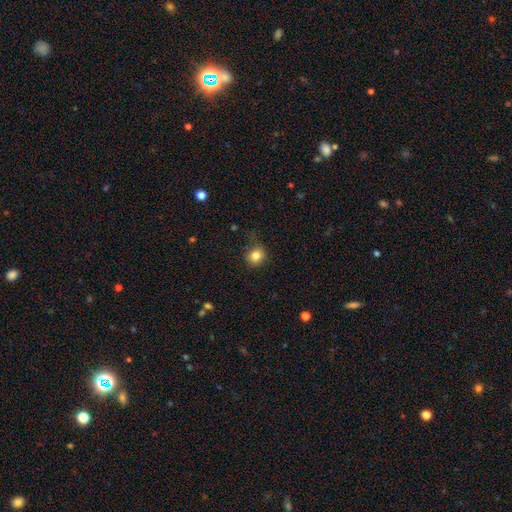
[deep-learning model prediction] smooth-or-featured: smooth: 82% | star or artifact: 12% | featured or disk: 6%
  how-rounded: round: 81% | in between: 18% | cigar-shaped: 1%
  merging: none: 75% | minor disturbance: 18% | major disturbance: 6% | merger: 2%